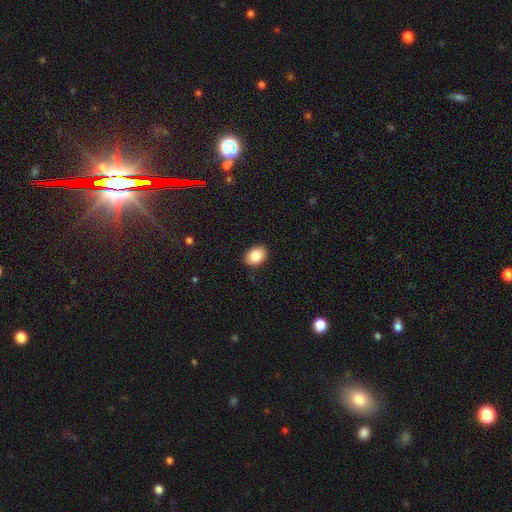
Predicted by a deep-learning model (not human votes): Smooth or featured? smooth (86%)
How rounded? in between (75%)
Merging? none (89%)